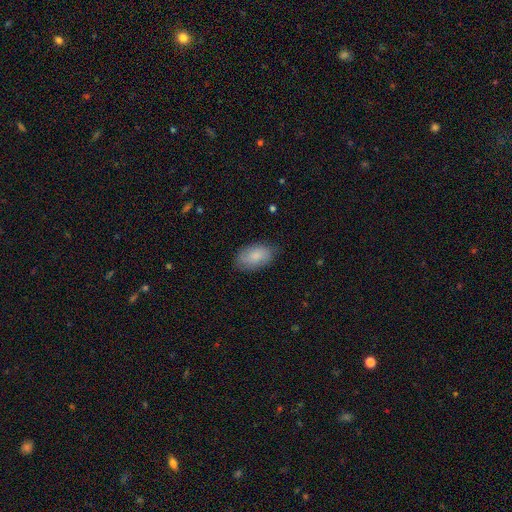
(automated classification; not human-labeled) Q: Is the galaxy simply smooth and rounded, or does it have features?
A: smooth — 83%.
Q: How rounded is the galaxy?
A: in between — 93%.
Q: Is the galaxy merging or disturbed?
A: none — 79%.